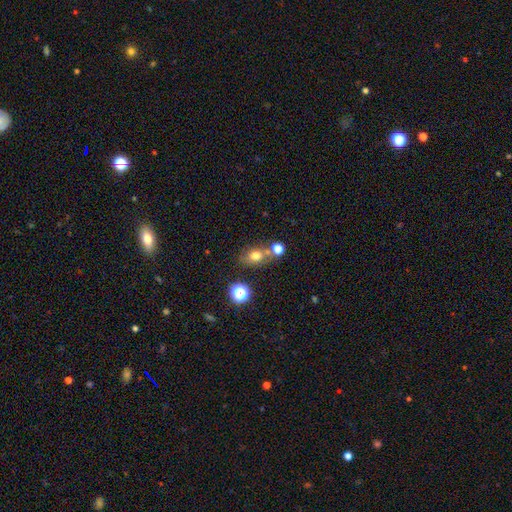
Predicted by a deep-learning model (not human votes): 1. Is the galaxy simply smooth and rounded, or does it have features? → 70% smooth, 16% star or artifact, 13% featured or disk.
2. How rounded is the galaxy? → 56% in between, 42% round, 2% cigar-shaped.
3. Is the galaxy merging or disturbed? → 58% none, 23% merger, 14% minor disturbance, 5% major disturbance.